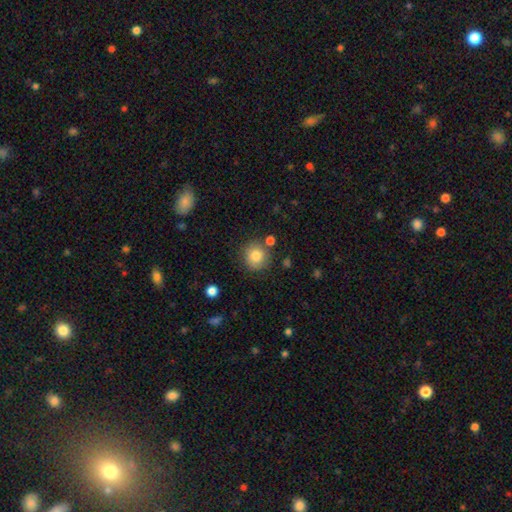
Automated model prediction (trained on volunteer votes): Smooth or featured? smooth (83%)
How rounded? round (91%)
Merging? none (81%)